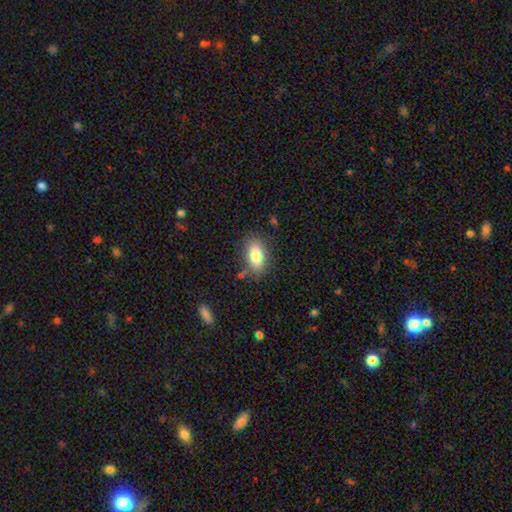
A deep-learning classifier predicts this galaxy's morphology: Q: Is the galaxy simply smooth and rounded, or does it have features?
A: smooth — 81%.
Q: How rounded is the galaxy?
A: in between — 89%.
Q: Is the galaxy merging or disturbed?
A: none — 78%.